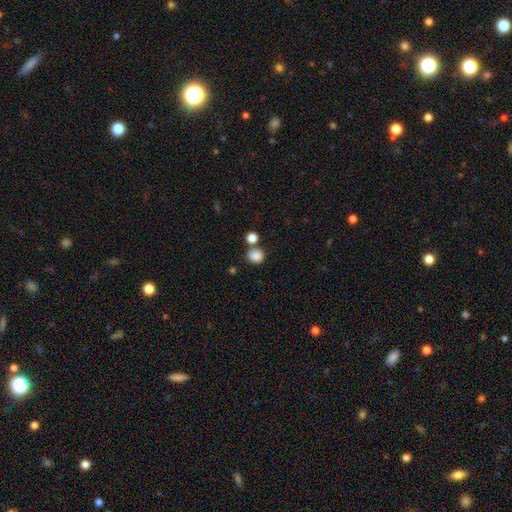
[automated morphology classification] smooth-or-featured: smooth: 85% | star or artifact: 10% | featured or disk: 4%
  how-rounded: round: 76% | in between: 23% | cigar-shaped: 1%
  merging: none: 65% | merger: 20% | minor disturbance: 11% | major disturbance: 4%